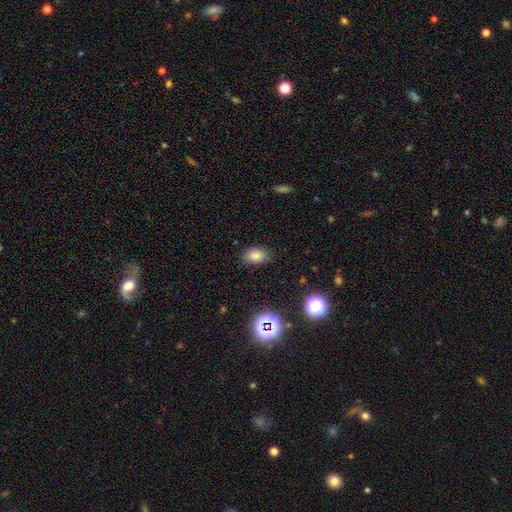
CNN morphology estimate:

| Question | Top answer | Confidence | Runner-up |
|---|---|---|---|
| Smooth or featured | smooth | 80% | star or artifact (13%) |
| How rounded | in between | 85% | round (13%) |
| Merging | none | 83% | minor disturbance (13%) |